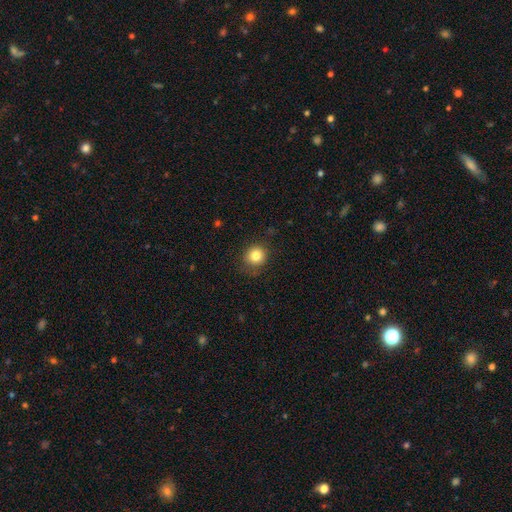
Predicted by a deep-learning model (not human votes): smooth_or_featured: smooth (p=0.82) [alt: star or artifact p=0.11]
how_rounded: round (p=0.89) [alt: in between p=0.10]
merging: none (p=0.82) [alt: minor disturbance p=0.13]